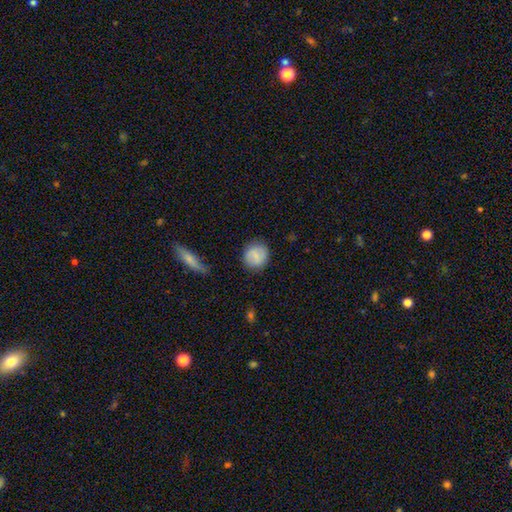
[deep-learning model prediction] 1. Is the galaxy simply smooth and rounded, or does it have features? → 83% smooth, 10% featured or disk, 7% star or artifact.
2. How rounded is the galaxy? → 86% round, 13% in between, 1% cigar-shaped.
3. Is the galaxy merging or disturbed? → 84% none, 11% minor disturbance, 3% major disturbance, 2% merger.